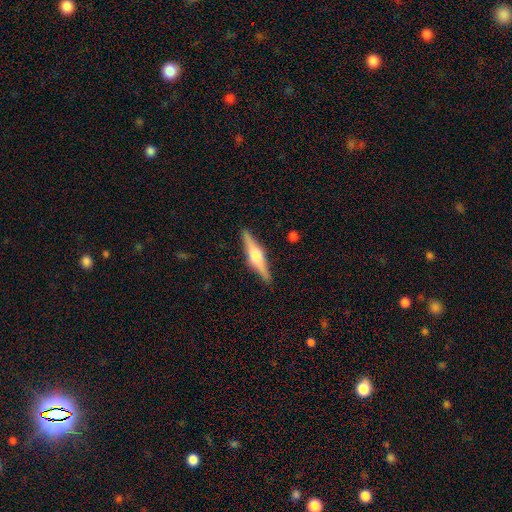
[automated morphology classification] Smooth or featured: featured or disk — 70% (smooth — 24%)
Edge-on disk: yes — 97% (no — 3%)
Edge-on bulge: rounded — 93% (boxy — 5%)
Merging: none — 90% (minor disturbance — 7%)